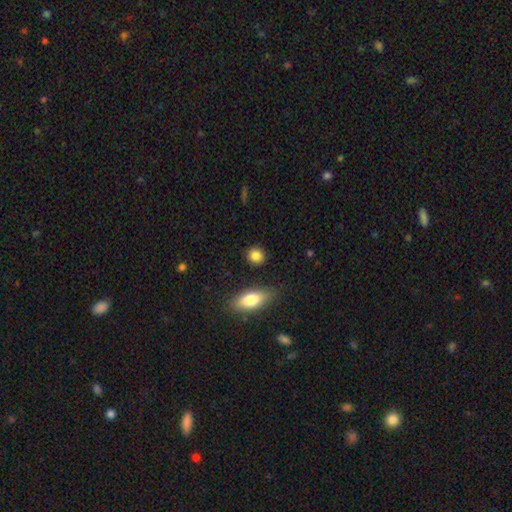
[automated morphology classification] smooth 86%, star or artifact 9%, featured or disk 6%. Down the decision tree: how rounded — round (79%); merging — none (87%).